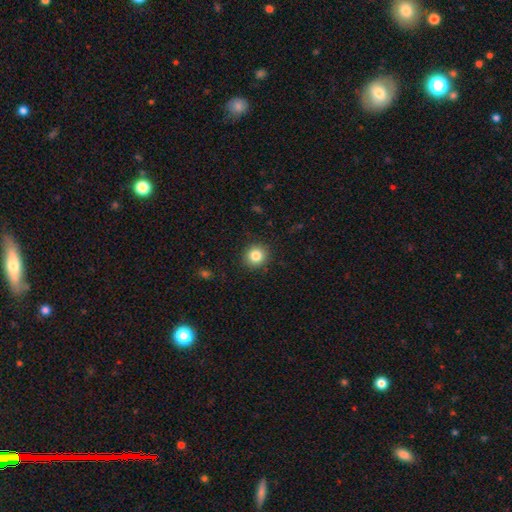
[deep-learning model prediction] smooth_or_featured: smooth (p=0.83) [alt: star or artifact p=0.10]
how_rounded: round (p=0.92) [alt: in between p=0.07]
merging: none (p=0.91) [alt: minor disturbance p=0.06]